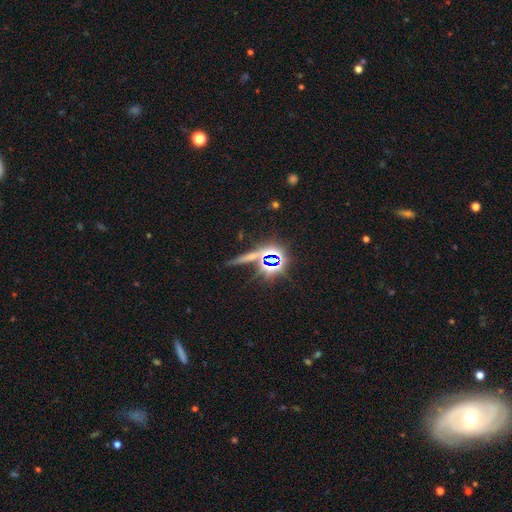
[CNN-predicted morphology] star or artifact 63%, smooth 19%, featured or disk 18%.